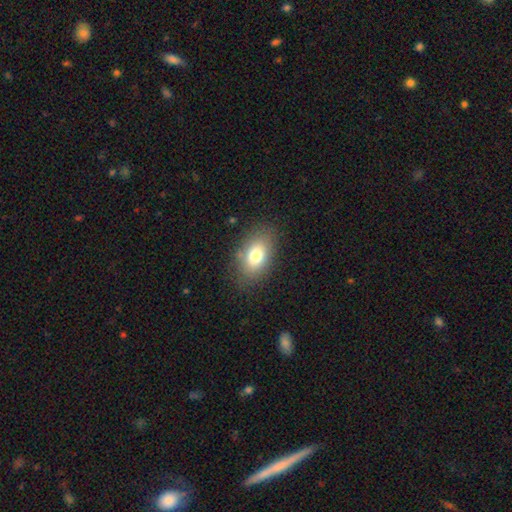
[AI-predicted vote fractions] The model was most divided on "smooth or featured": smooth: 76%, featured or disk: 14%, star or artifact: 10%. More confident: how rounded — in between (86%); merging — none (82%).